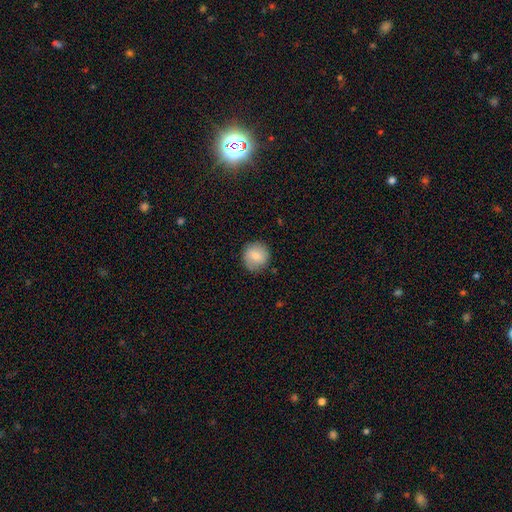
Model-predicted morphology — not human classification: A smooth galaxy with no disk features (79%) that is round (91%). Merging: none (85%).